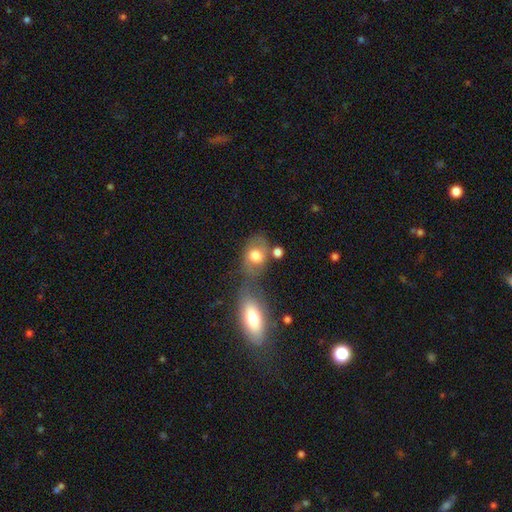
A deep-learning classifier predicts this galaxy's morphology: smooth 68%, featured or disk 23%, star or artifact 9%. Down the decision tree: how rounded — in between (72%); merging — none (37%, tied with merger).